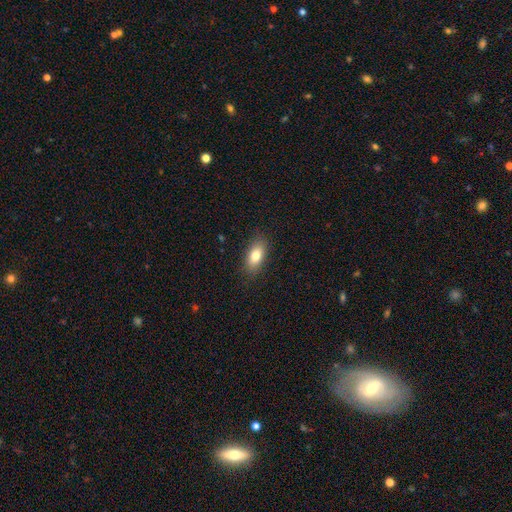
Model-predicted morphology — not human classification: smooth 80%, featured or disk 12%, star or artifact 8%. Down the decision tree: how rounded — in between (87%); merging — none (87%).